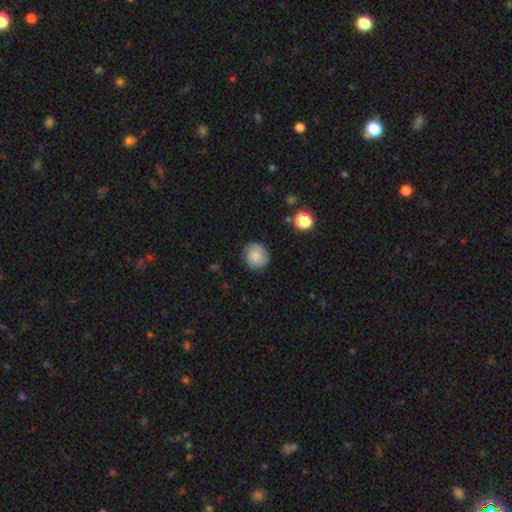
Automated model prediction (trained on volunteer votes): The model was most divided on "smooth or featured": smooth: 66%, featured or disk: 25%, star or artifact: 9%. More confident: how rounded — round (85%); merging — none (82%).